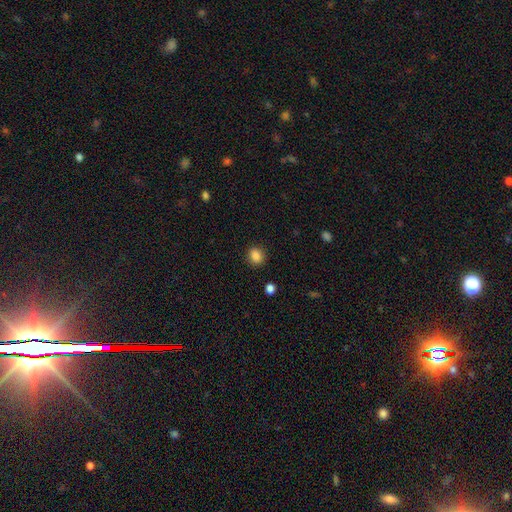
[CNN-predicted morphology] This appears to be a smooth galaxy with no disk features (86%) that is round (69%). Merging: none (89%).